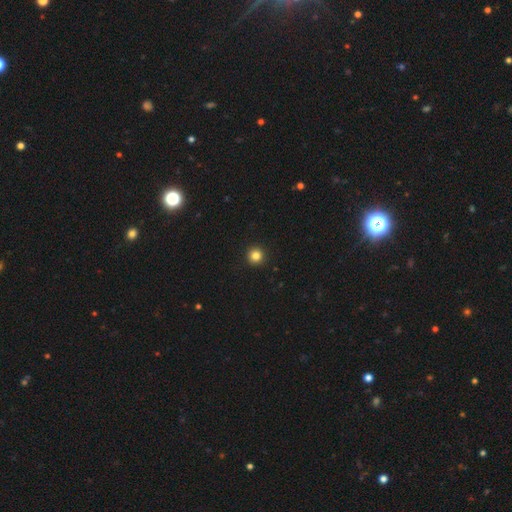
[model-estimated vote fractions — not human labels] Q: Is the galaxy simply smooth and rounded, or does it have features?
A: smooth — 83%.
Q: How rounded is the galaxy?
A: round — 96%.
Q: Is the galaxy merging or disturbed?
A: none — 94%.